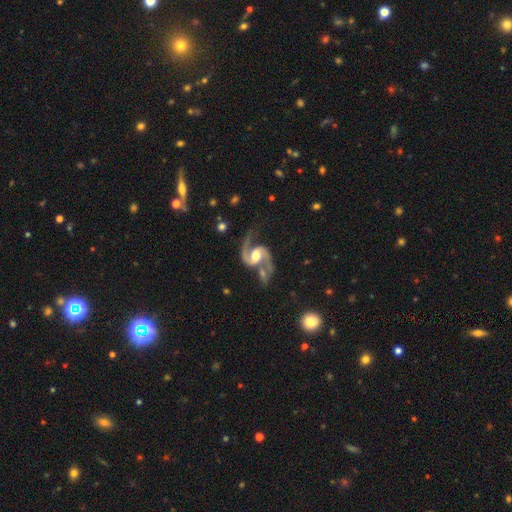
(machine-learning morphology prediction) Overall: featured or disk (93%). Edge-on disk: no (98%). Bar: weak (43%; no 32%). Spiral arms: yes (98%). Spiral arm count: 2 (94%). Spiral winding: medium (56%; loose 34%). Bulge size: moderate (66%). Merging: none (62%).